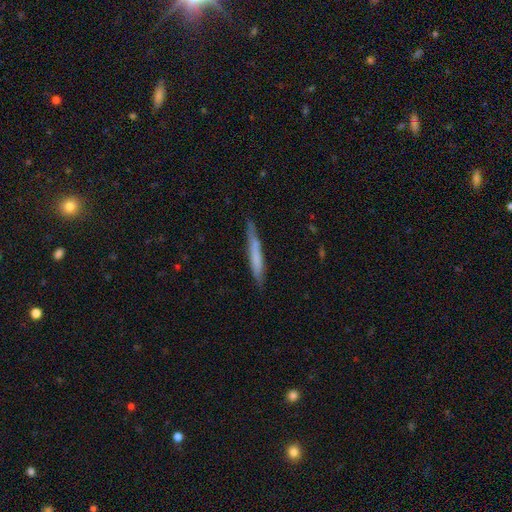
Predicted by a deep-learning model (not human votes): Smooth or featured? Predicted: smooth (p=0.60). How rounded? Predicted: cigar-shaped (p=0.96). Merging? Predicted: none (p=0.81).